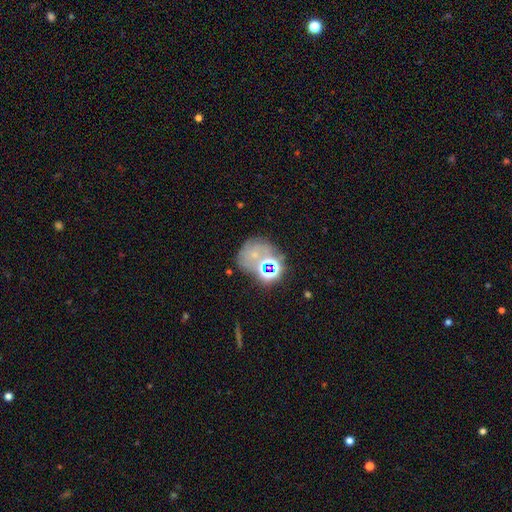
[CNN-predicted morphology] Smooth or featured?
  - star or artifact: 44% *
  - featured or disk: 29%
  - smooth: 27%